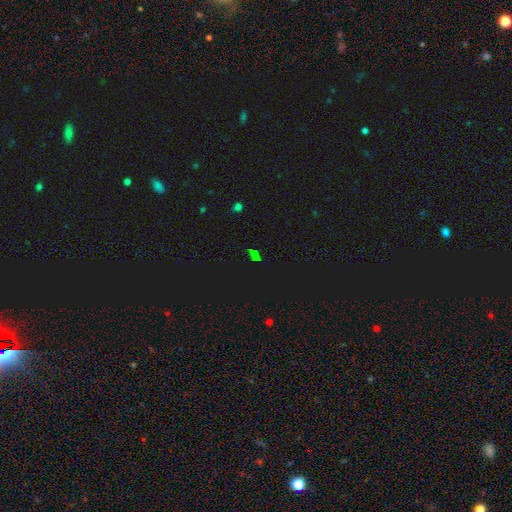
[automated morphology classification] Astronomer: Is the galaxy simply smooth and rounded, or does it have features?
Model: star or artifact — 66%.